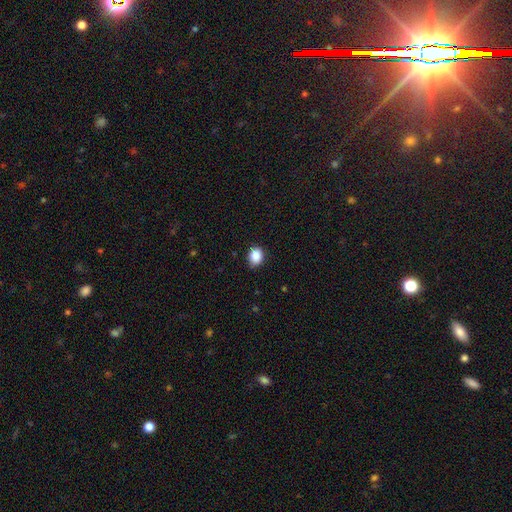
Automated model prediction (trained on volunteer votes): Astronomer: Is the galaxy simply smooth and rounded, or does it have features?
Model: smooth — 88%.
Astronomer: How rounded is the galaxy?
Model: round — 59% (runner-up: in between, 40%).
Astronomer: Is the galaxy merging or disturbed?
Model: none — 83%.